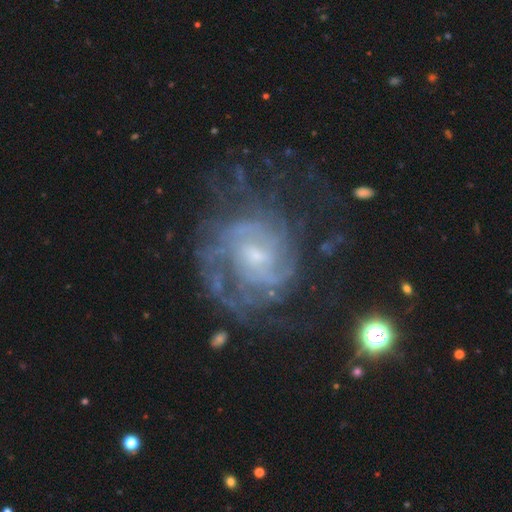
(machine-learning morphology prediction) Q: Smooth or featured?
A: featured or disk (85%); runner-up: star or artifact (8%)
Q: Edge-on disk?
A: no (98%); runner-up: yes (2%)
Q: Bar?
A: no (48%); runner-up: weak (44%)
Q: Spiral arms?
A: yes (91%); runner-up: no (9%)
Q: Spiral winding?
A: tight (53%); runner-up: medium (35%)
Q: Spiral arm count?
A: can't tell (42%); runner-up: 2 (21%)
Q: Bulge size?
A: small (60%); runner-up: moderate (31%)
Q: Merging?
A: none (60%); runner-up: major disturbance (20%)